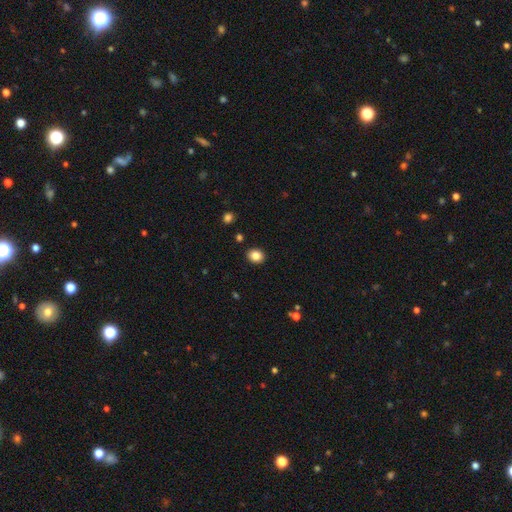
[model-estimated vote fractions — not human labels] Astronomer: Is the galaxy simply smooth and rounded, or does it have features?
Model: smooth — 85%.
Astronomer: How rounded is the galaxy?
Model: round — 56% (runner-up: in between, 43%).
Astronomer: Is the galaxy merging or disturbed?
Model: none — 90%.